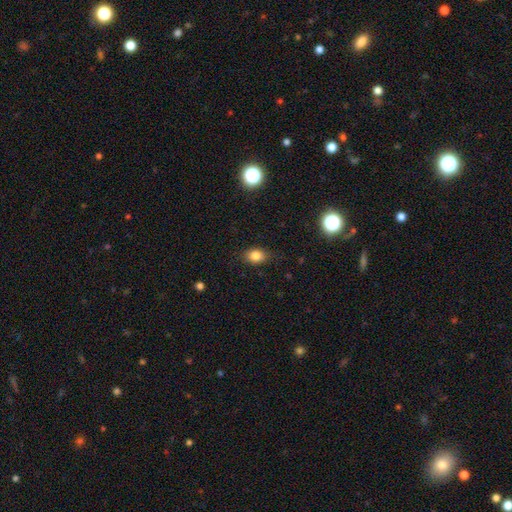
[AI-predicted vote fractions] The model was most divided on "how rounded": in between: 71%, round: 27%, cigar-shaped: 2%. More confident: merging — none (83%); smooth or featured — smooth (82%).